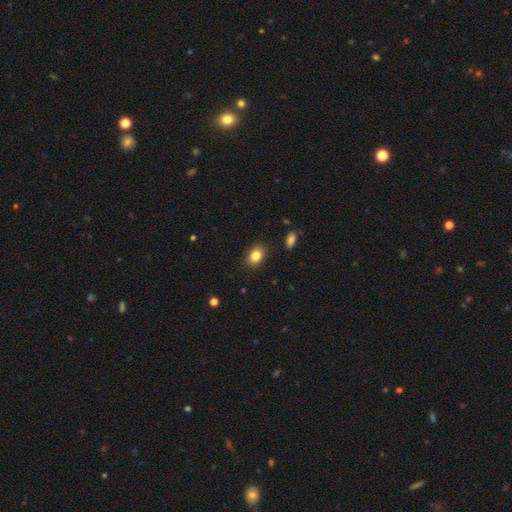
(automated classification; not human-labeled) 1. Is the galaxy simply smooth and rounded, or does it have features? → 84% smooth, 9% star or artifact, 6% featured or disk.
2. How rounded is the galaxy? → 71% in between, 28% round, 1% cigar-shaped.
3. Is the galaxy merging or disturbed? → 87% none, 9% minor disturbance, 2% major disturbance, 1% merger.